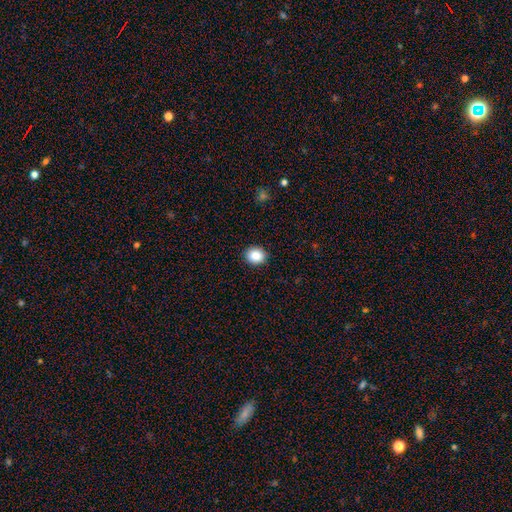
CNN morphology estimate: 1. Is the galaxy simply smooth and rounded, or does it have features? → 87% smooth, 9% star or artifact, 4% featured or disk.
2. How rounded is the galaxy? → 76% round, 23% in between, 1% cigar-shaped.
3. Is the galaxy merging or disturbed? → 91% none, 6% minor disturbance, 2% major disturbance, 1% merger.